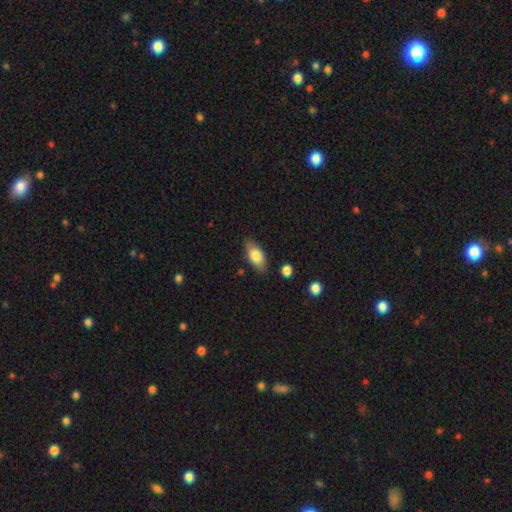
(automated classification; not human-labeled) Q: Smooth or featured?
A: smooth (76%); runner-up: featured or disk (17%)
Q: How rounded?
A: in between (86%); runner-up: cigar-shaped (10%)
Q: Merging?
A: none (83%); runner-up: minor disturbance (12%)